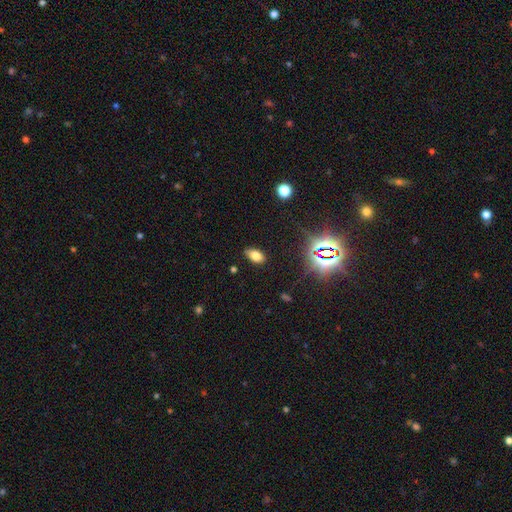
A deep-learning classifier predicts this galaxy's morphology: A smooth galaxy with no disk features (73%) that is in between round and cigar-shaped (91%).

Vote fractions:
- Smooth or featured? smooth: 73% / star or artifact: 18% / featured or disk: 9%
- How rounded? in between: 91% / round: 6% / cigar-shaped: 3%
- Merging? none: 83% / minor disturbance: 12% / major disturbance: 3% / merger: 2%